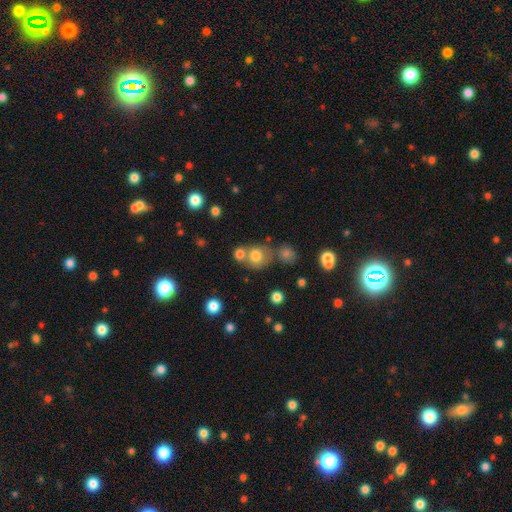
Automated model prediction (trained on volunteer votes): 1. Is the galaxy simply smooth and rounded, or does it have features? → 76% smooth, 13% star or artifact, 11% featured or disk.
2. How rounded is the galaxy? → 76% round, 23% in between, 1% cigar-shaped.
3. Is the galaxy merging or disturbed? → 47% none, 37% merger, 11% minor disturbance, 5% major disturbance.